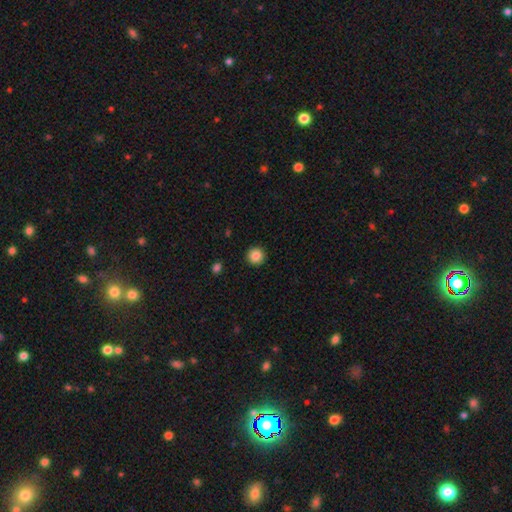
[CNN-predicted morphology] This appears to be a smooth galaxy with no disk features (86%) that is round (96%). Merging: none (93%).